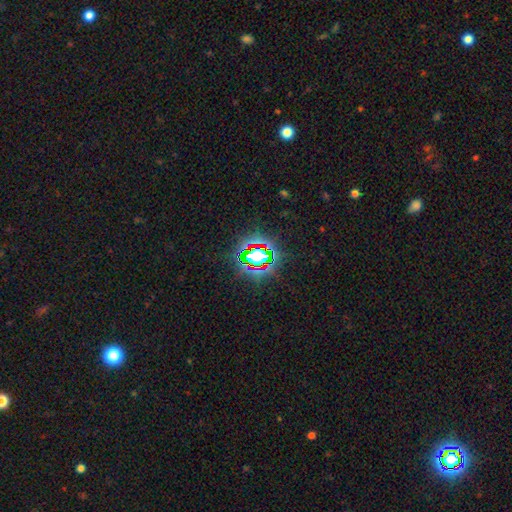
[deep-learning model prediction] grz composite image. It shows a star or artifact, not a galaxy (71%).